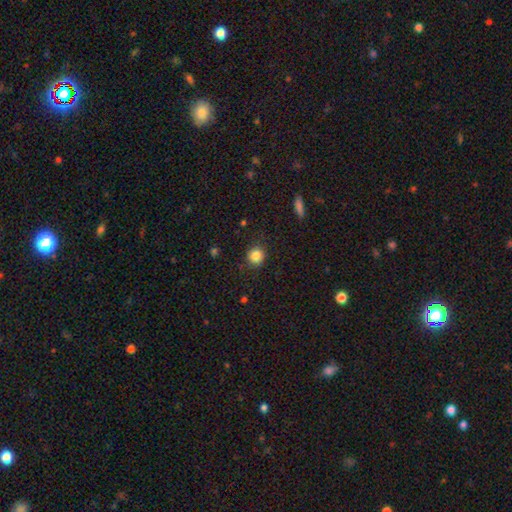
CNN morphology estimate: Smooth or featured? smooth (84%)
How rounded? round (88%)
Merging? none (85%)